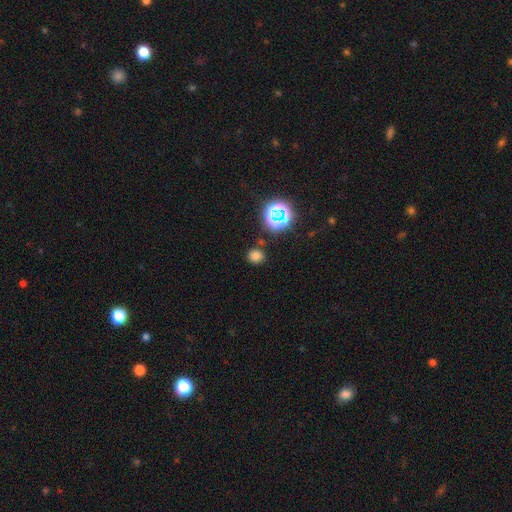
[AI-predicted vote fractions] Smooth or featured? Predicted: smooth (p=0.71). How rounded? Predicted: round (p=0.80). Merging? Predicted: none (p=0.83).